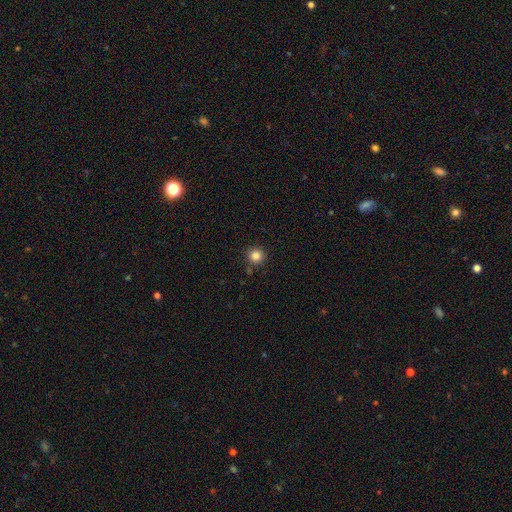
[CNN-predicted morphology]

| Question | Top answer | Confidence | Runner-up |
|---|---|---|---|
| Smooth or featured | smooth | 84% | star or artifact (12%) |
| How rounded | round | 94% | in between (5%) |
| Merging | none | 88% | minor disturbance (7%) |